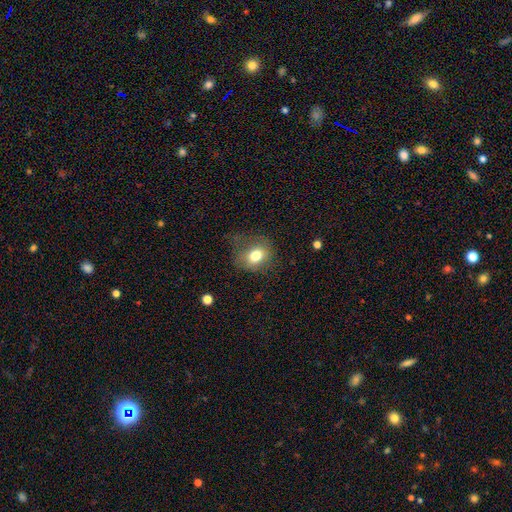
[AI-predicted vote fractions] This appears to be a smooth galaxy with no disk features (76%) that is in between round and cigar-shaped (50%). Merging: none (60%).